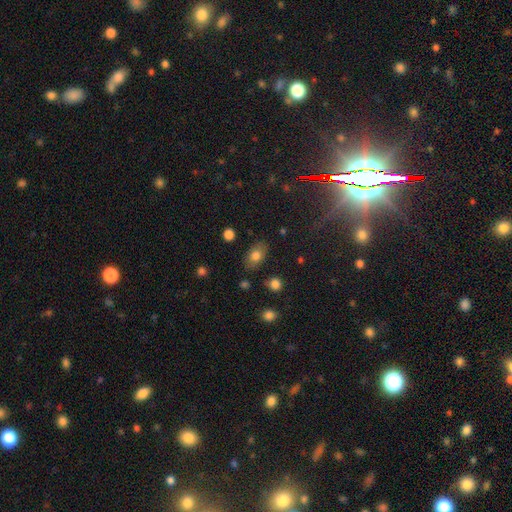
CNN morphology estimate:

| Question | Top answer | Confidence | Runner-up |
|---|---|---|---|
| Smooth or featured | smooth | 80% | featured or disk (11%) |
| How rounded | in between | 85% | round (14%) |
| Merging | none | 81% | minor disturbance (14%) |